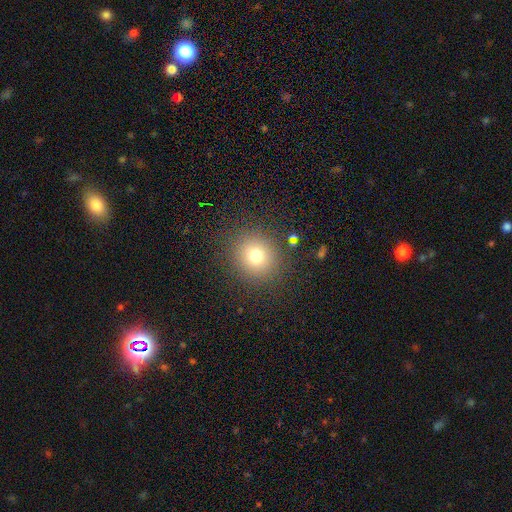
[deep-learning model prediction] smooth-or-featured: smooth: 73% | star or artifact: 16% | featured or disk: 10%
  how-rounded: round: 90% | in between: 9% | cigar-shaped: 1%
  merging: none: 87% | minor disturbance: 7% | major disturbance: 4% | merger: 2%